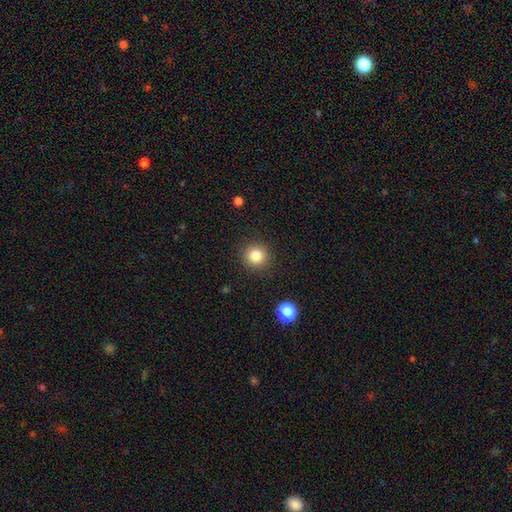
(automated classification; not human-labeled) Q: Smooth or featured?
A: smooth (83%); runner-up: star or artifact (11%)
Q: How rounded?
A: round (93%); runner-up: in between (6%)
Q: Merging?
A: none (90%); runner-up: minor disturbance (6%)